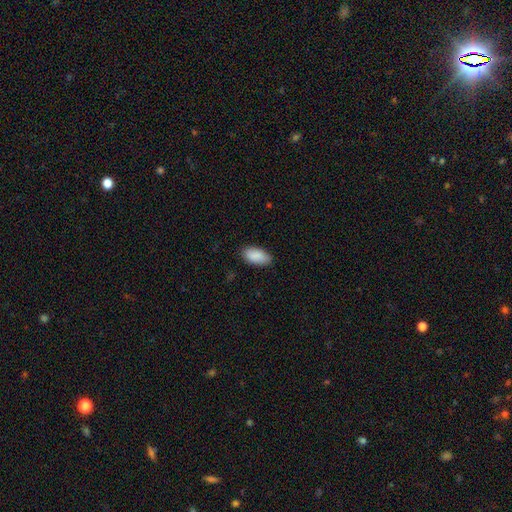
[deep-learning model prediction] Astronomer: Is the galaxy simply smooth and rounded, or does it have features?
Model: smooth — 90%.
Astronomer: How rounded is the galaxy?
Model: in between — 93%.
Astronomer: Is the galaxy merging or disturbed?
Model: none — 83%.